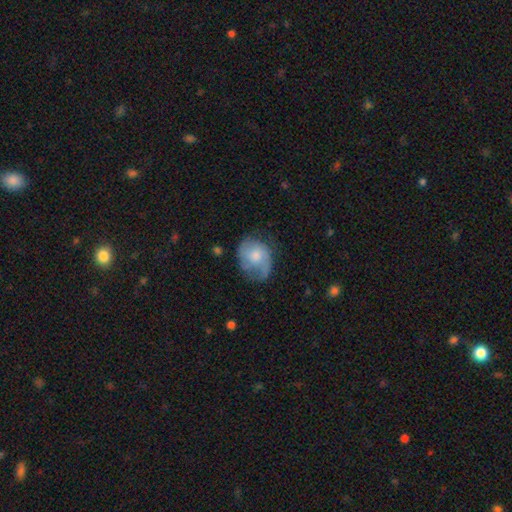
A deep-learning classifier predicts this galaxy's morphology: Smooth or featured? featured or disk (49%)
Merging? none (46%)